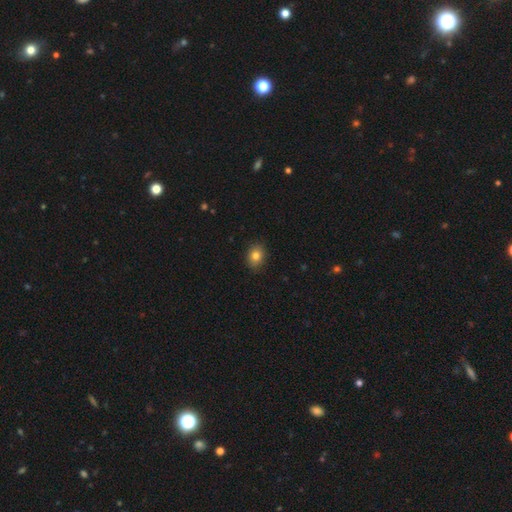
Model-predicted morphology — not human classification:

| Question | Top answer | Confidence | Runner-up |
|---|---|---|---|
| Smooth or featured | smooth | 83% | star or artifact (10%) |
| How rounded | in between | 54% | round (45%) |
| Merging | none | 88% | minor disturbance (9%) |